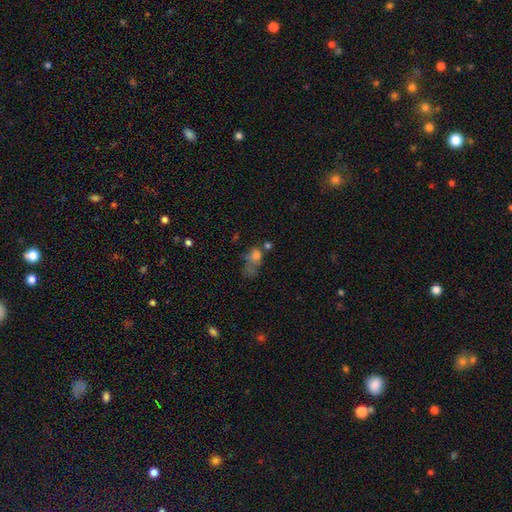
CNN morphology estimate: smooth_or_featured: smooth (p=0.67) [alt: featured or disk p=0.18]
how_rounded: in between (p=0.68) [alt: round p=0.29]
merging: major disturbance (p=0.36) [alt: merger p=0.25]